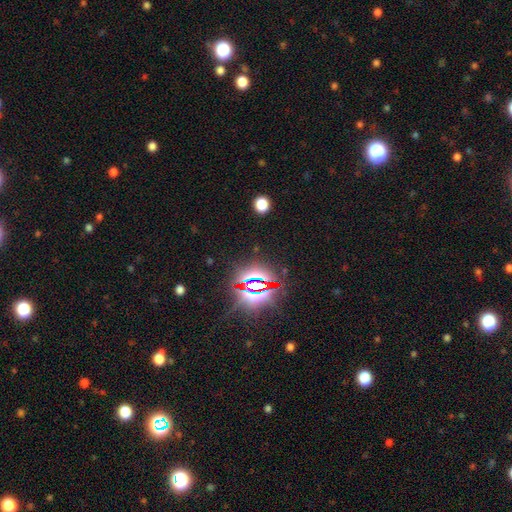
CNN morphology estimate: Q: Smooth or featured?
A: star or artifact (83%); runner-up: smooth (10%)